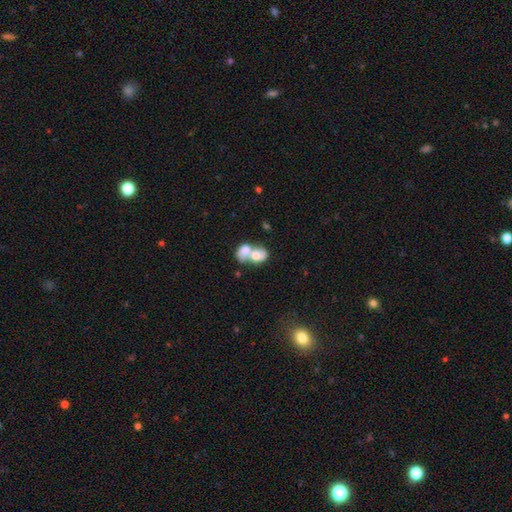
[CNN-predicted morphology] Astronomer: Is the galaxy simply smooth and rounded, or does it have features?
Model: smooth — 62%.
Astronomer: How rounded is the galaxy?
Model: in between — 67%.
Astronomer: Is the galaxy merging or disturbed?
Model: merger — 80%.